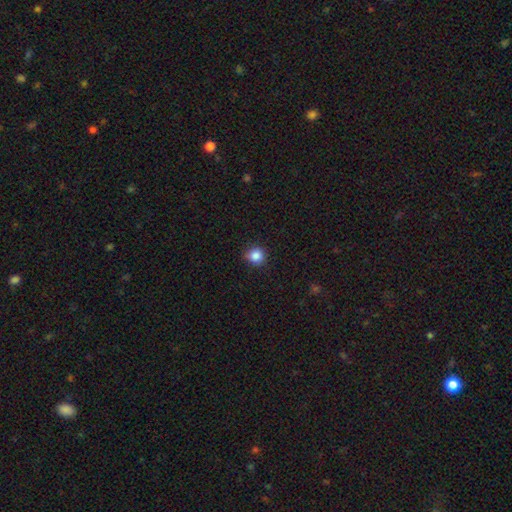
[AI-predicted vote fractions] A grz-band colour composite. It shows a smooth galaxy with no disk features (85%) that is round (88%). Merging: none (82%).